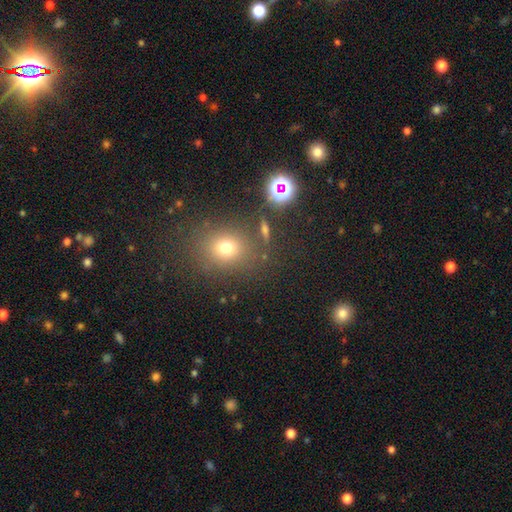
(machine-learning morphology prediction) The model was most divided on "smooth or featured": smooth: 55%, star or artifact: 36%, featured or disk: 9%. More confident: merging — none (83%); how rounded — round (68%).